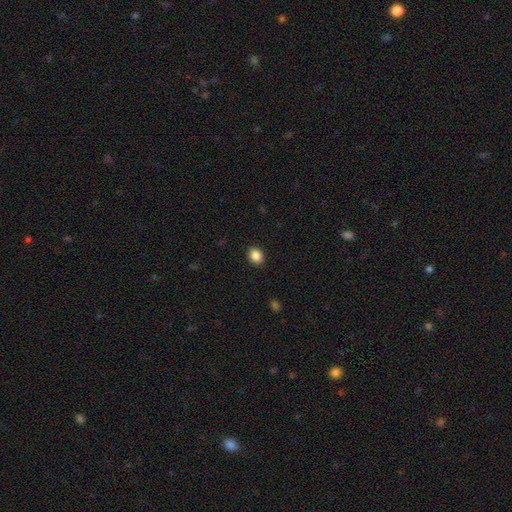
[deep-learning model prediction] smooth-or-featured: smooth: 87% | star or artifact: 9% | featured or disk: 3%
  how-rounded: round: 56% | in between: 43% | cigar-shaped: 1%
  merging: none: 91% | minor disturbance: 7% | major disturbance: 2% | merger: 1%